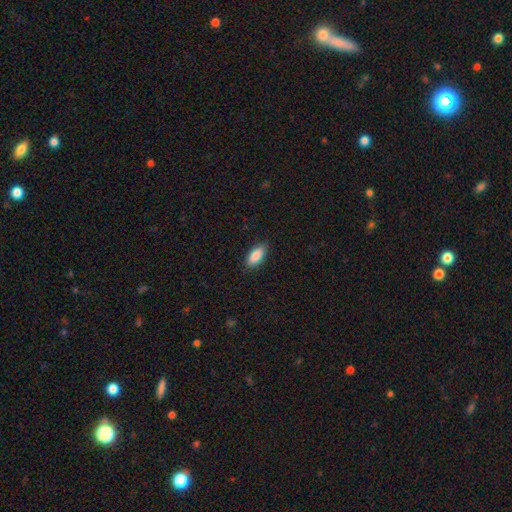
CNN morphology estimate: type=smooth (88%); roundness=in between (87%); merging=none (87%).